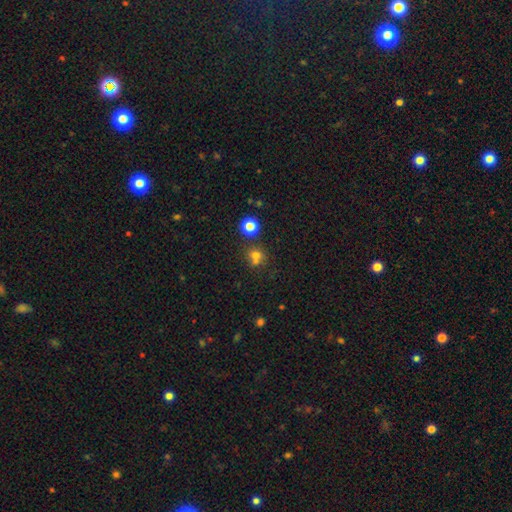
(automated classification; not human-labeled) This appears to be a smooth galaxy with no disk features (68%) that is round (83%). Merging: none (52%).